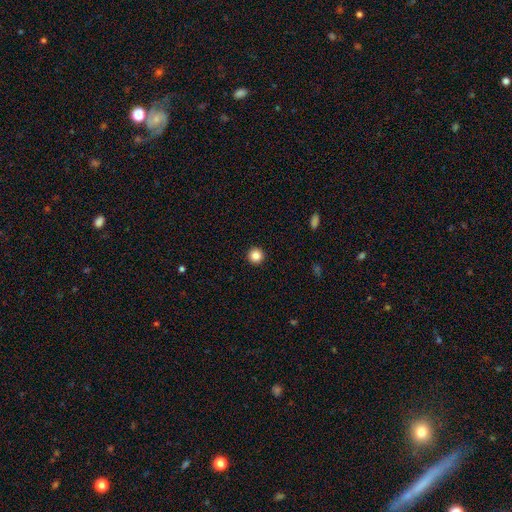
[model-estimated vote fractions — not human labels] Smooth or featured? smooth (85%)
How rounded? round (96%)
Merging? none (94%)